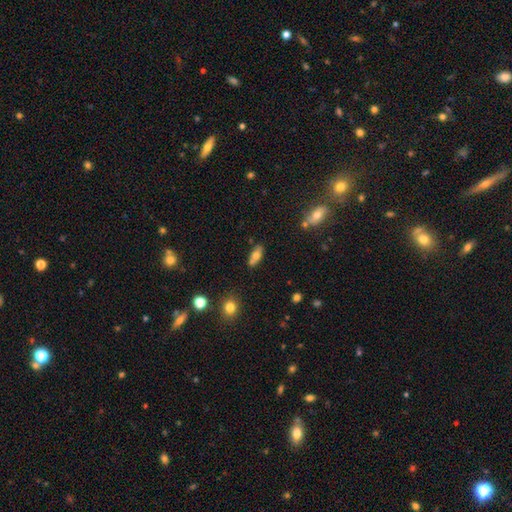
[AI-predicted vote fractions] The model was most divided on "smooth or featured": smooth: 67%, featured or disk: 24%, star or artifact: 9%. More confident: how rounded — in between (76%); merging — none (70%).